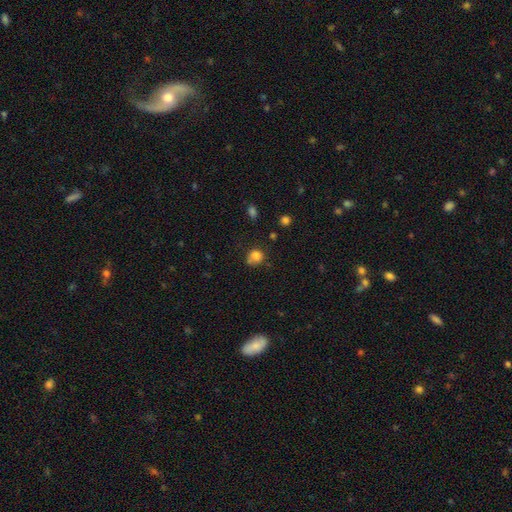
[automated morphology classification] Q: Smooth or featured?
A: smooth (79%); runner-up: star or artifact (12%)
Q: How rounded?
A: round (67%); runner-up: in between (32%)
Q: Merging?
A: none (47%); runner-up: minor disturbance (31%)